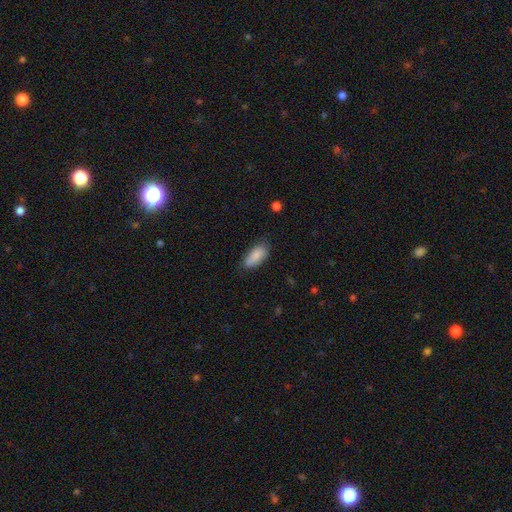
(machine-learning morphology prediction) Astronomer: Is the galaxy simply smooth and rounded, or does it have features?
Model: smooth — 86%.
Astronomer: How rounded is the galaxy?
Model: in between — 87%.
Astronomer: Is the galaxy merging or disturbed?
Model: none — 70%.